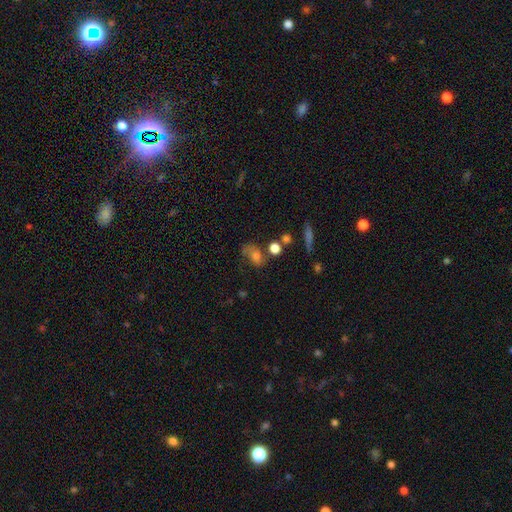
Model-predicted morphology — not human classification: smooth 57%, featured or disk 27%, star or artifact 16%. Down the decision tree: how rounded — in between (70%); merging — none (41%).